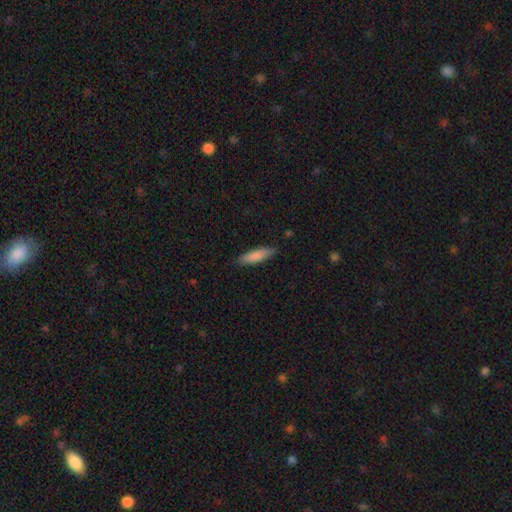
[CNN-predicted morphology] The model was most divided on "how rounded": cigar-shaped: 67%, in between: 32%, round: 1%. More confident: merging — none (86%); smooth or featured — smooth (84%).